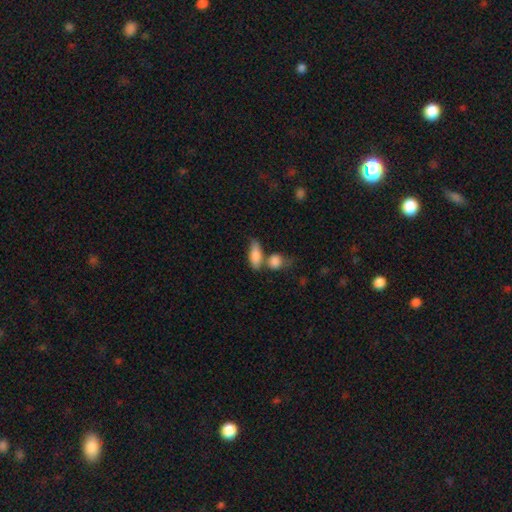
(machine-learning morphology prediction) Smooth or featured?
  - smooth: 80% *
  - featured or disk: 13%
  - star or artifact: 7%
How rounded?
  - in between: 71% *
  - cigar-shaped: 23%
  - round: 6%
Merging?
  - none: 41% *
  - merger: 36%
  - minor disturbance: 16%
  - major disturbance: 7%